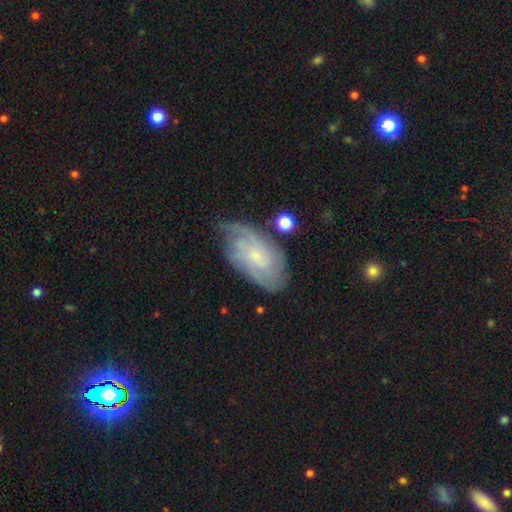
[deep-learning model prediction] A featured or disk galaxy (74%) with no bar (63%), tight (56%) spiral arms (93%) and a small central bulge (65%). Merging: none (63%).